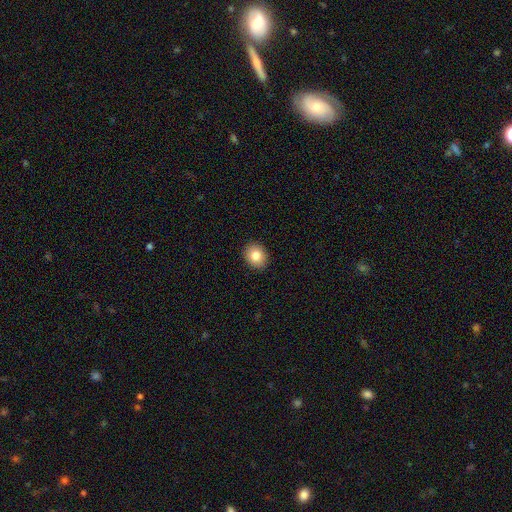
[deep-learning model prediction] smooth 83%, star or artifact 9%, featured or disk 8%. Down the decision tree: how rounded — round (60%); merging — none (91%).